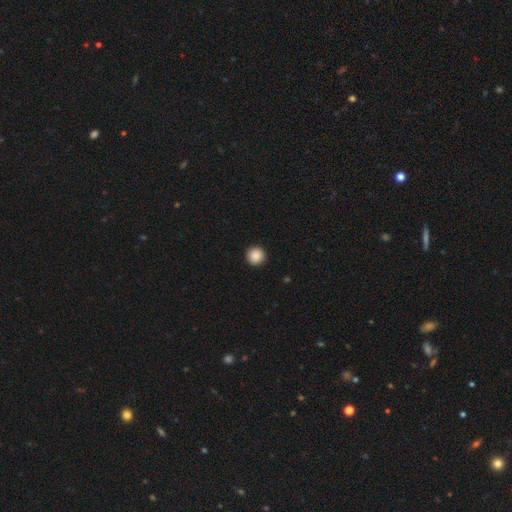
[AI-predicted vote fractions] Smooth or featured: smooth — 88% (star or artifact — 9%)
How rounded: round — 96% (in between — 3%)
Merging: none — 93% (minor disturbance — 4%)